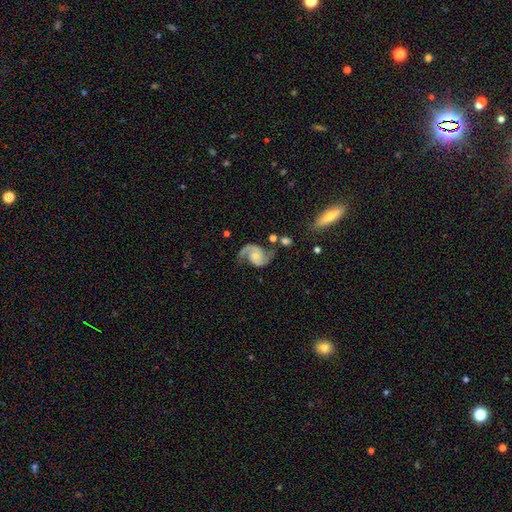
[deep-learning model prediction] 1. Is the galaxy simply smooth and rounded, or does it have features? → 88% featured or disk, 7% smooth, 5% star or artifact.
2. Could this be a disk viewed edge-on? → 98% no, 2% yes.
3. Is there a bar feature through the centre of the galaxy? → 68% no, 26% weak, 6% strong.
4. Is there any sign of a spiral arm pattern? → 97% yes, 3% no.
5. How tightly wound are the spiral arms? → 51% medium, 30% loose, 19% tight.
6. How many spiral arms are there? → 85% 2, 10% 1, 2% can't tell, 1% 3, 1% 4, 1% more than 4.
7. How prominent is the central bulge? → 54% small, 34% moderate, 7% none, 3% large, 1% dominant.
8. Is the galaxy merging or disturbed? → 61% none, 19% minor disturbance, 14% major disturbance, 5% merger.